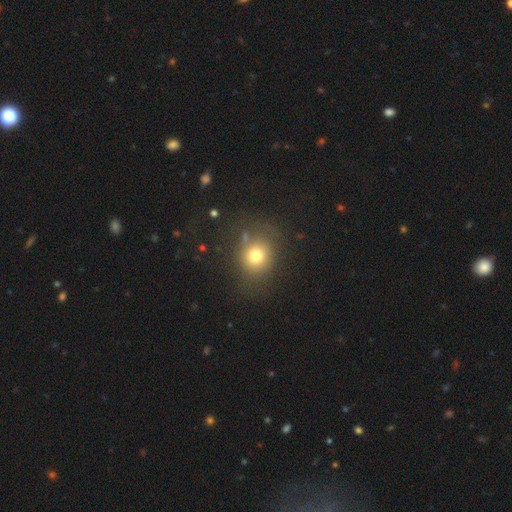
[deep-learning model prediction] Smooth or featured? smooth (73%)
How rounded? round (75%)
Merging? none (72%)